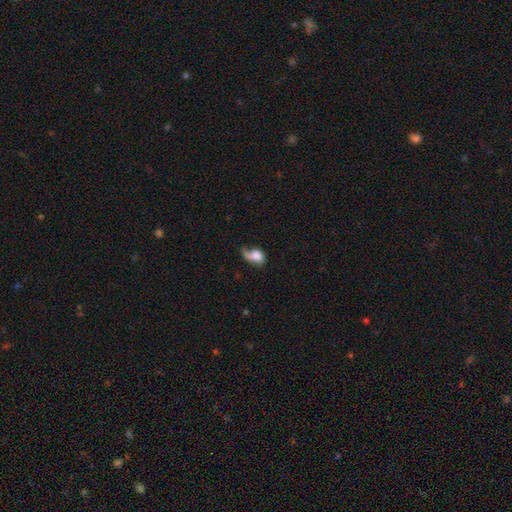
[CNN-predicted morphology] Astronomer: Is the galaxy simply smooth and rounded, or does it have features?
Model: smooth — 61%.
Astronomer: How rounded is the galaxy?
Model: in between — 75%.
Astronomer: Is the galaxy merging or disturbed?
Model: major disturbance — 40% (runner-up: none, 28%).